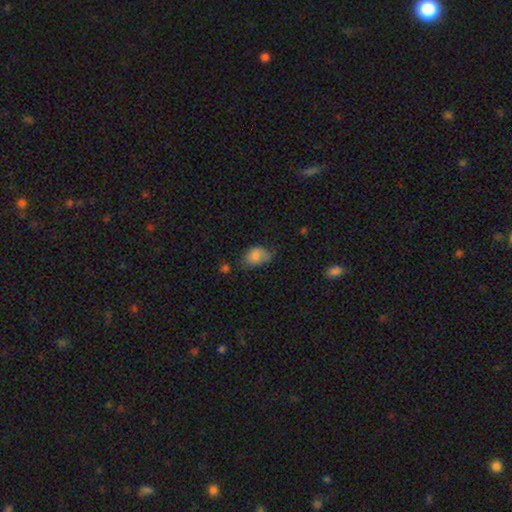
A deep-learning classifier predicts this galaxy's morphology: smooth 81%, featured or disk 10%, star or artifact 9%. Down the decision tree: how rounded — in between (81%); merging — none (48%).